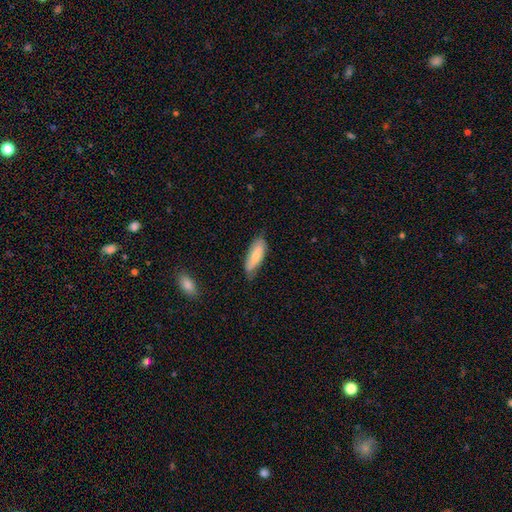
Morphology: type=smooth (58%); roundness=in between (64%); merging=none (60%).